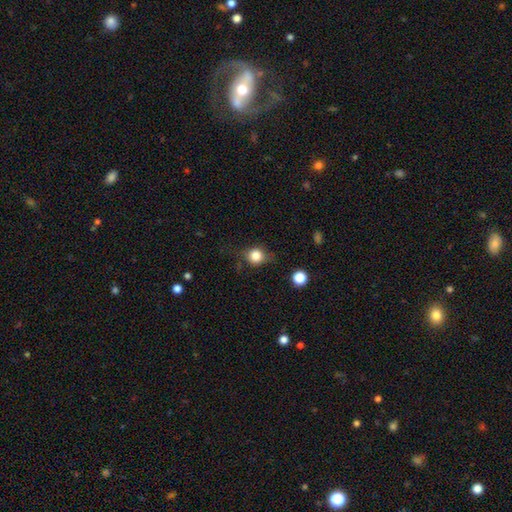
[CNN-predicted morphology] Smooth or featured? smooth (79%)
How rounded? round (82%)
Merging? none (67%)